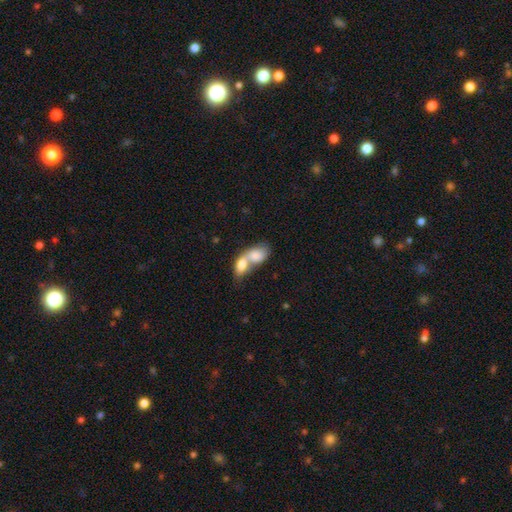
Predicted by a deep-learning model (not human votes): Smooth or featured: smooth — 76% (featured or disk — 18%)
How rounded: in between — 84% (round — 13%)
Merging: merger — 81% (none — 11%)